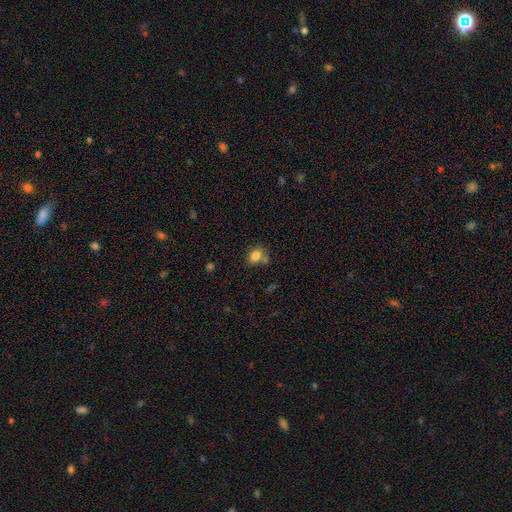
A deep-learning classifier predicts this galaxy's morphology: Overall: smooth (81%). How rounded: in between (54%; round 45%). Merging: none (63%).